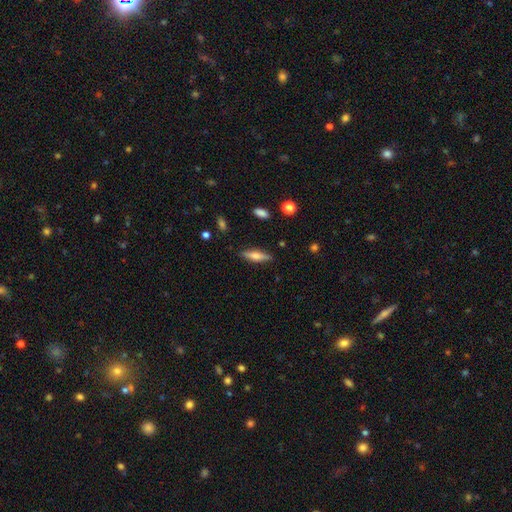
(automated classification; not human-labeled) This appears to be a smooth galaxy with no disk features (49%). Merging: none (86%).